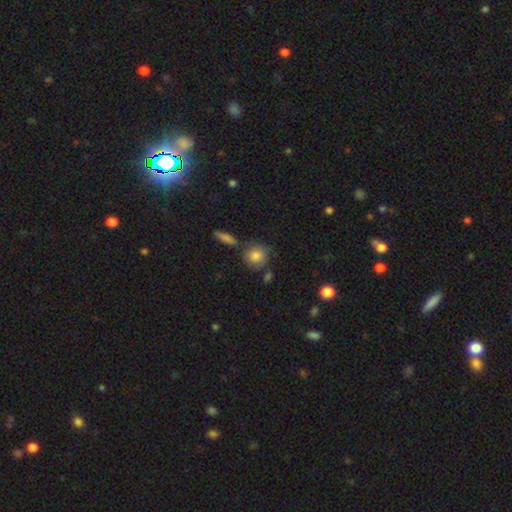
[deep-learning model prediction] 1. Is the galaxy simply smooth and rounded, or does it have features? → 80% smooth, 11% featured or disk, 8% star or artifact.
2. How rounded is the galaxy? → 84% round, 15% in between, 2% cigar-shaped.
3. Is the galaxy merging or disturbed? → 66% none, 18% minor disturbance, 11% merger, 5% major disturbance.